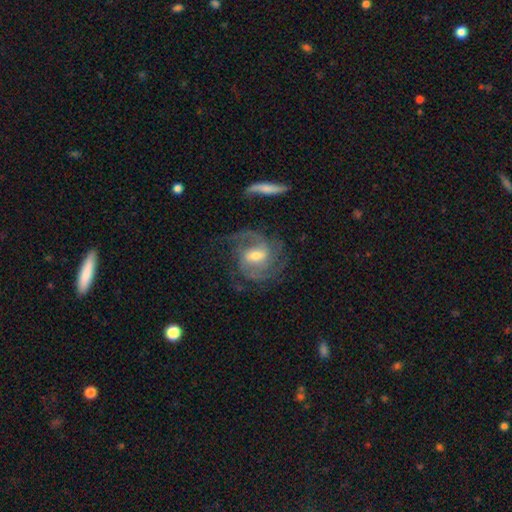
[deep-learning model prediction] featured or disk 88%, smooth 7%, star or artifact 5%. Down the decision tree: edge-on disk — no (97%); bar — weak (53%); spiral arms — yes (97%); spiral arm count — 2 (44%); spiral winding — medium (49%); bulge size — moderate (62%); merging — none (66%).